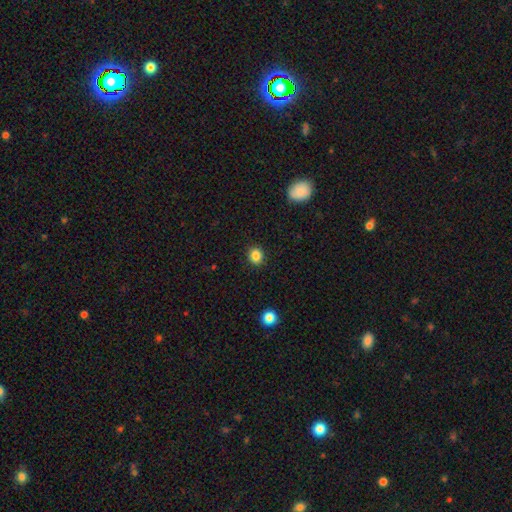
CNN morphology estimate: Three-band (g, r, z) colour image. It shows a smooth galaxy with no disk features (85%) that is round (79%). Merging: none (91%).